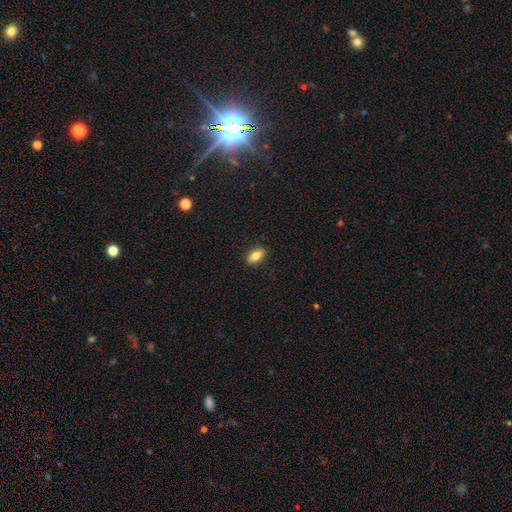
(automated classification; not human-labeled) Overall: smooth (84%). How rounded: in between (88%). Merging: none (89%).